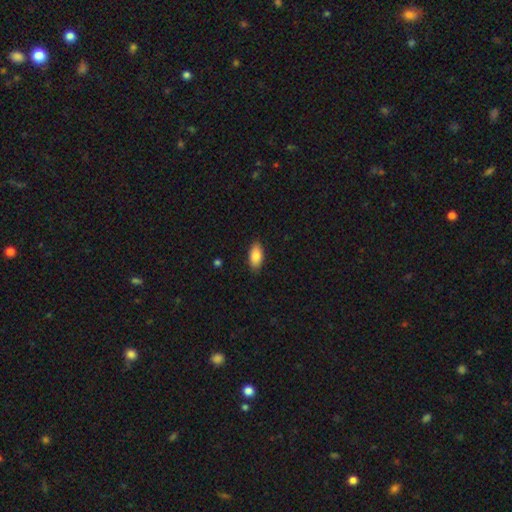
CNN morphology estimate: This is clearly a smooth galaxy (86%). How rounded: clearly in between (89%). Merging: clearly none (88%).